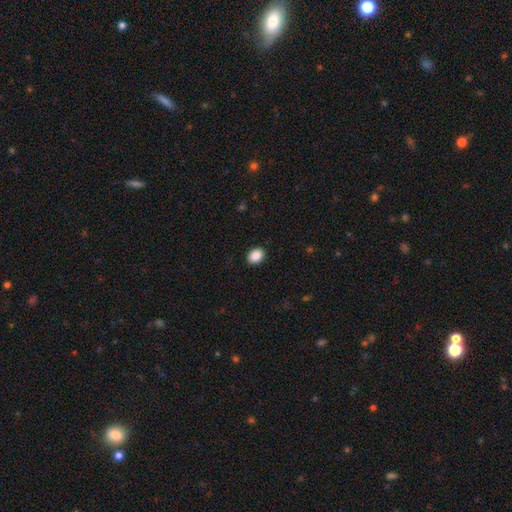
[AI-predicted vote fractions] smooth 89%, star or artifact 8%, featured or disk 3%. Down the decision tree: how rounded — in between (62%); merging — none (90%).